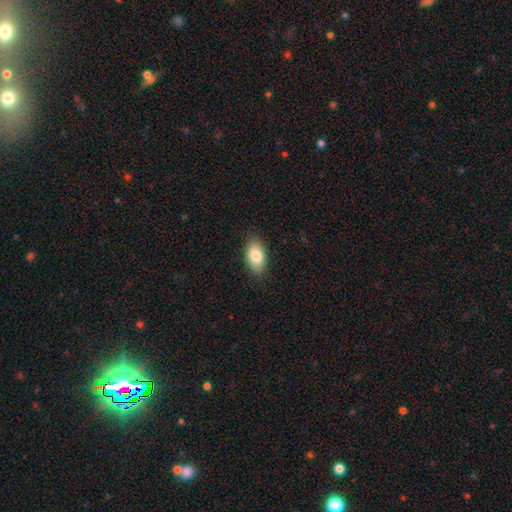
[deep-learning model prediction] This is clearly a smooth galaxy (83%). How rounded: clearly in between (92%). Merging: clearly none (86%).